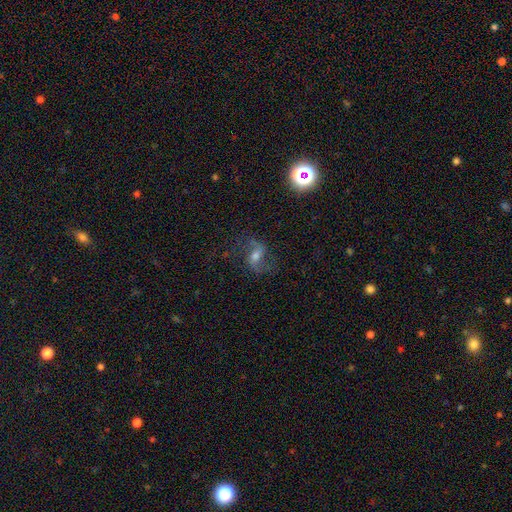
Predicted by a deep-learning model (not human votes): Overall: featured or disk (71%). Edge-on disk: no (95%). Bar: weak (45%; strong 29%). Spiral arms: yes (92%). Spiral arm count: 2 (89%). Spiral winding: loose (67%). Bulge size: moderate (55%; small 29%). Merging: none (69%).